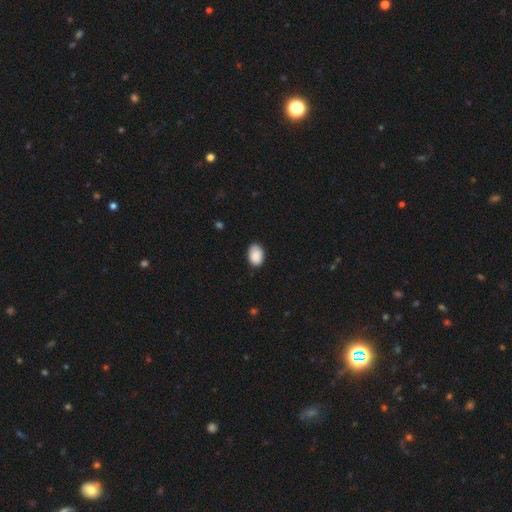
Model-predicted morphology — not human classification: This appears to be a smooth galaxy with no disk features (89%) that is in between round and cigar-shaped (81%). Merging: none (80%).